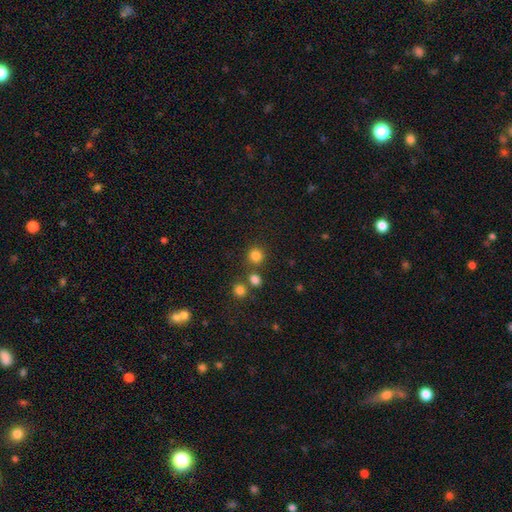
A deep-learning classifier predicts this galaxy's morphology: Smooth or featured?
  - smooth: 82% *
  - star or artifact: 14%
  - featured or disk: 4%
How rounded?
  - round: 91% *
  - in between: 8%
  - cigar-shaped: 1%
Merging?
  - none: 79% *
  - merger: 11%
  - minor disturbance: 7%
  - major disturbance: 3%